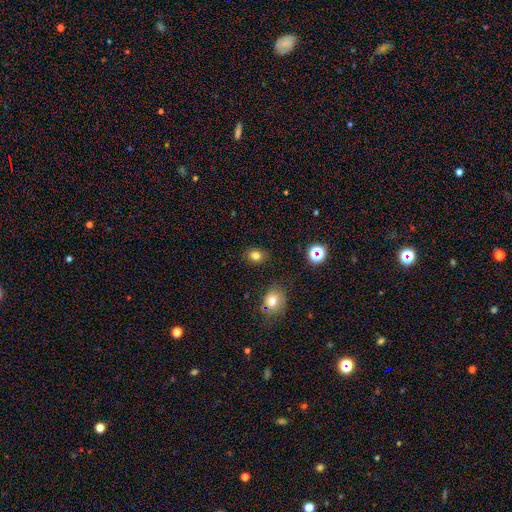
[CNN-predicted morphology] This is likely a smooth galaxy (79%). How rounded: possibly round (52%). Merging: clearly none (86%).